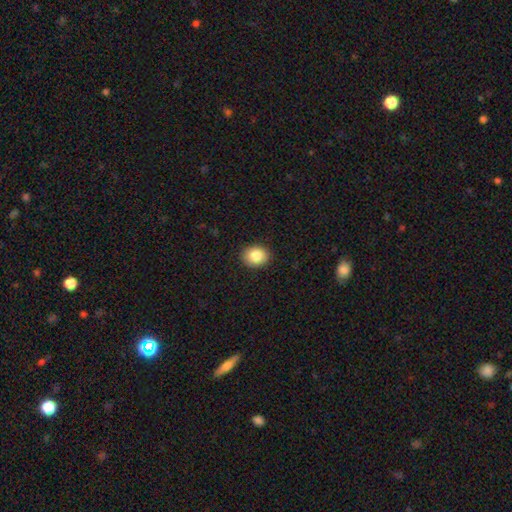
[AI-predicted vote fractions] The model was most divided on "how rounded": round: 56%, in between: 43%, cigar-shaped: 1%. More confident: merging — none (90%); smooth or featured — smooth (85%).